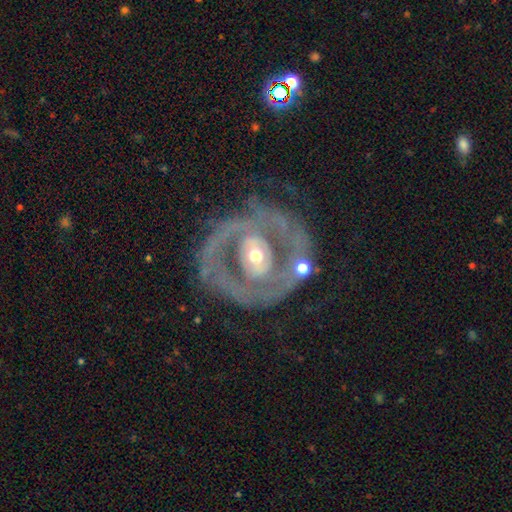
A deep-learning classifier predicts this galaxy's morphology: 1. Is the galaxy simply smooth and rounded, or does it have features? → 78% featured or disk, 17% smooth, 6% star or artifact.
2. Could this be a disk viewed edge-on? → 96% no, 4% yes.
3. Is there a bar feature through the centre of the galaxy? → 54% no, 29% weak, 17% strong.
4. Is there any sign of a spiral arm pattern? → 54% yes, 46% no.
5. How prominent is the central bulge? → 63% moderate, 28% small, 7% large, 1% dominant, 1% none.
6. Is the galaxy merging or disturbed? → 53% none, 22% major disturbance, 19% minor disturbance, 6% merger.